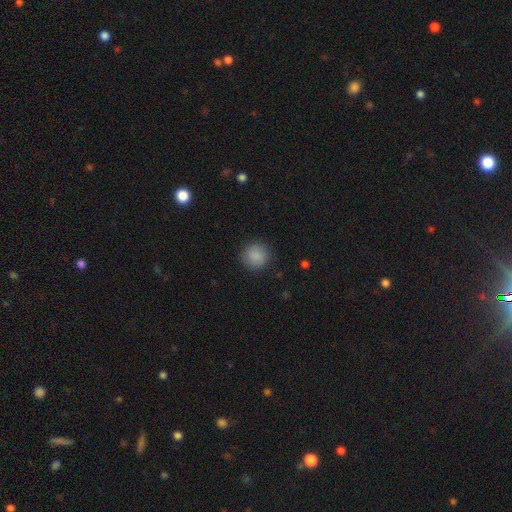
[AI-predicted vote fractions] This is clearly a smooth galaxy (88%). How rounded: clearly round (92%). Merging: clearly none (89%).